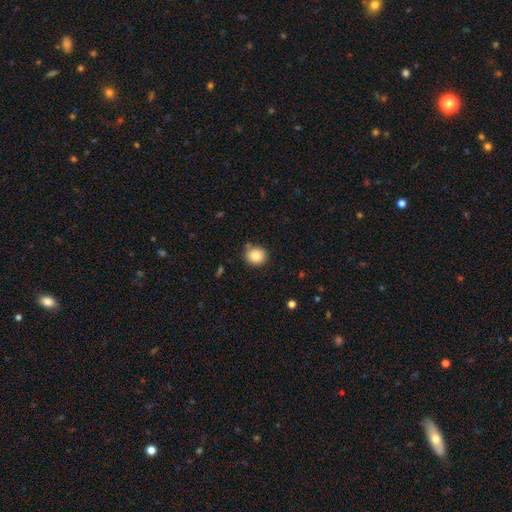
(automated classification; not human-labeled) Smooth or featured?
  - smooth: 84% *
  - star or artifact: 9%
  - featured or disk: 6%
How rounded?
  - round: 79% *
  - in between: 20%
  - cigar-shaped: 1%
Merging?
  - none: 84% *
  - minor disturbance: 10%
  - merger: 4%
  - major disturbance: 3%